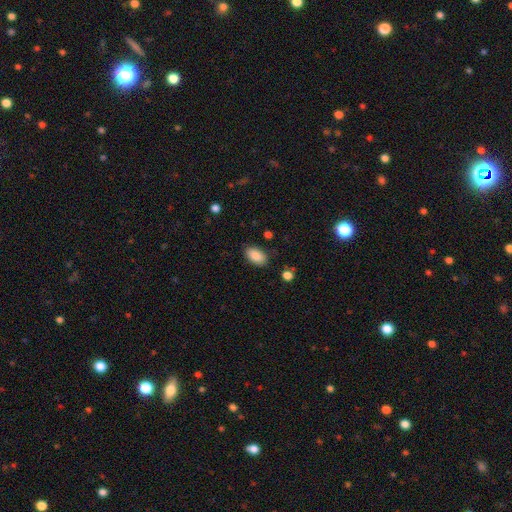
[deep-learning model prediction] smooth-or-featured: smooth: 88% | star or artifact: 7% | featured or disk: 4%
  how-rounded: in between: 93% | round: 5% | cigar-shaped: 2%
  merging: none: 85% | minor disturbance: 11% | major disturbance: 3% | merger: 1%